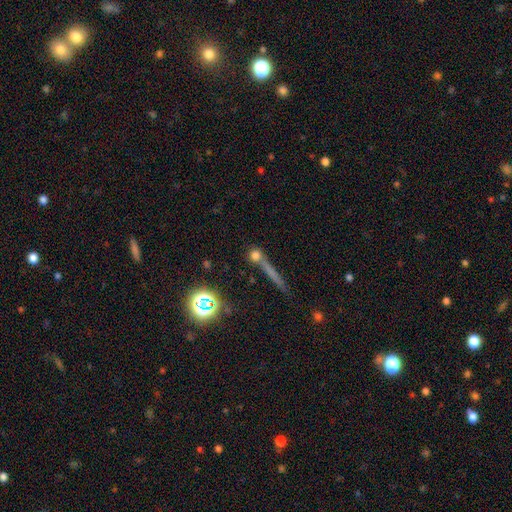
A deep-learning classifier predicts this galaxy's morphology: A smooth galaxy with no disk features (62%) that is round (72%).

Vote fractions:
- Smooth or featured? smooth: 62% / star or artifact: 22% / featured or disk: 16%
- How rounded? round: 72% / cigar-shaped: 18% / in between: 10%
- Merging? none: 66% / merger: 19% / minor disturbance: 10% / major disturbance: 5%